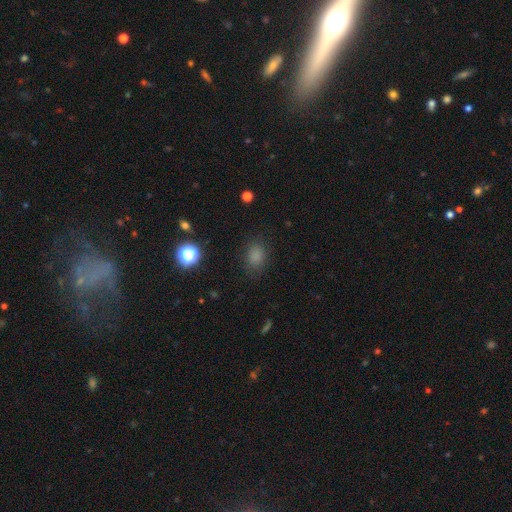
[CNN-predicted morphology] Smooth or featured: smooth — 81% (star or artifact — 14%)
How rounded: in between — 61% (round — 37%)
Merging: none — 81% (minor disturbance — 13%)